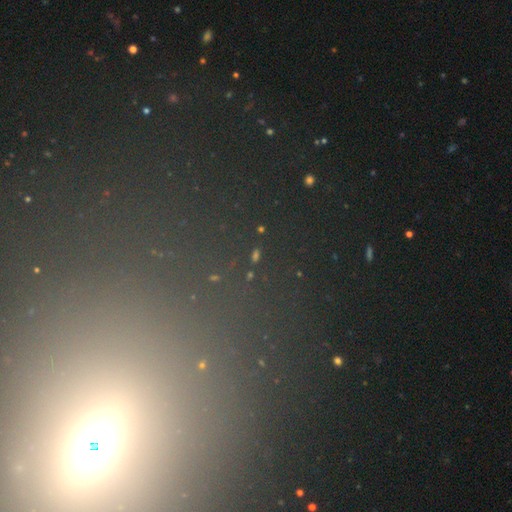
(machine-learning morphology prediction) smooth-or-featured: star or artifact: 74% | smooth: 16% | featured or disk: 10%